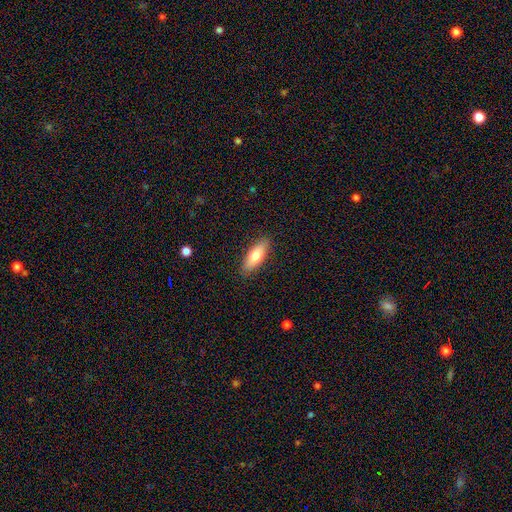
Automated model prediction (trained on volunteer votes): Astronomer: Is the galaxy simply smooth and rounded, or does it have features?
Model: smooth — 74%.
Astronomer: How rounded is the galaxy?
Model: in between — 62%.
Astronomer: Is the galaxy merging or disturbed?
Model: none — 88%.